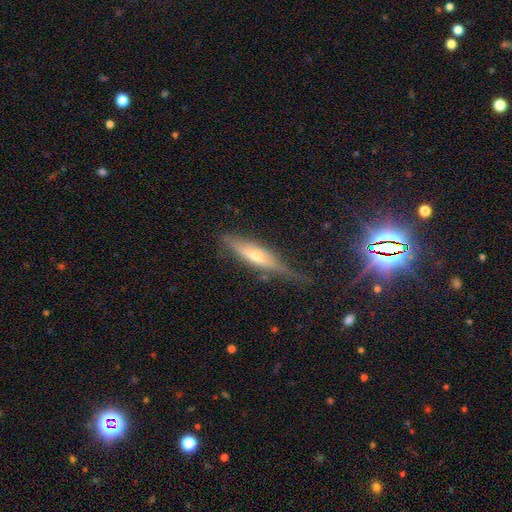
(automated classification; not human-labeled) smooth_or_featured: featured or disk (p=0.57) [alt: smooth p=0.26]
disk_edge_on: yes (p=0.87) [alt: no p=0.13]
merging: none (p=0.66) [alt: minor disturbance p=0.25]